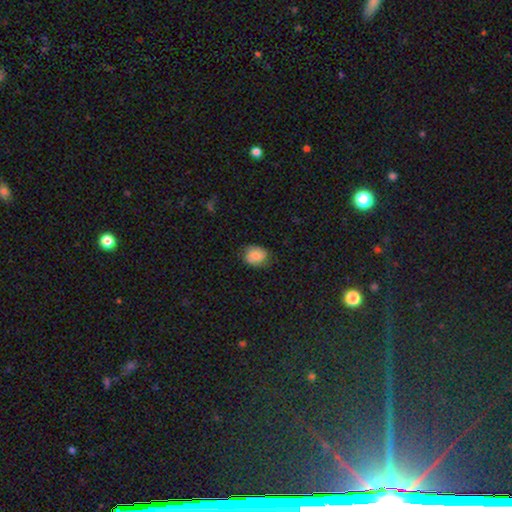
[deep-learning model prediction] This is likely a smooth galaxy (66%). How rounded: possibly round (53%). Merging: likely none (78%).